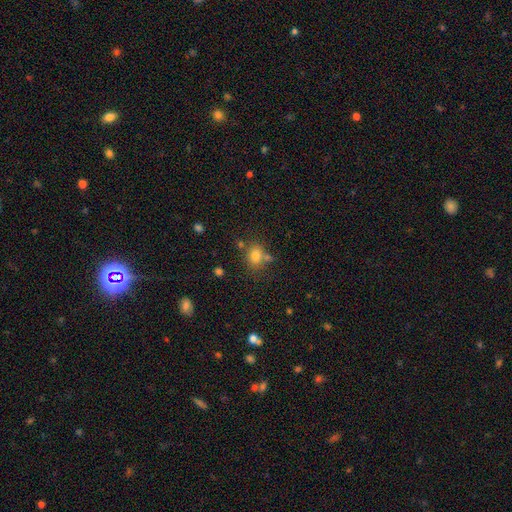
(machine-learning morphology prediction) The model was most divided on "how rounded": round: 52%, in between: 47%, cigar-shaped: 1%. More confident: smooth or featured — smooth (77%); merging — none (63%).